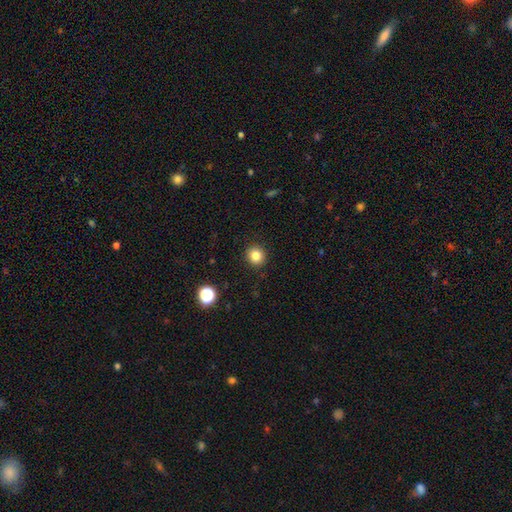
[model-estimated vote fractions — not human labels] This is clearly a smooth galaxy (83%). How rounded: clearly round (89%). Merging: clearly none (92%).